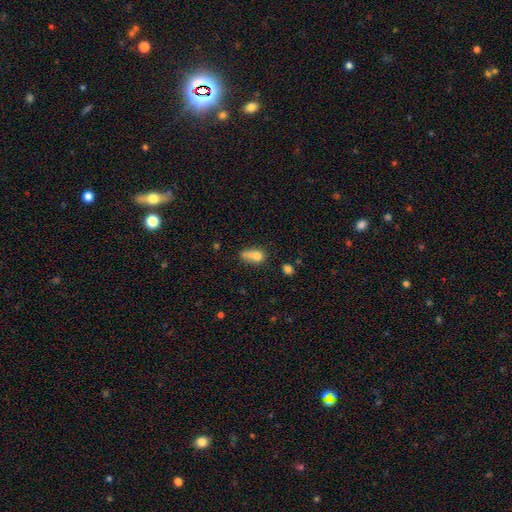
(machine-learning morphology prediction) A smooth galaxy with no disk features (71%) that is in between round and cigar-shaped (63%).

Vote fractions:
- Smooth or featured? smooth: 71% / featured or disk: 17% / star or artifact: 12%
- How rounded? in between: 63% / round: 26% / cigar-shaped: 12%
- Merging? merger: 33% / none: 30% / minor disturbance: 21% / major disturbance: 16%